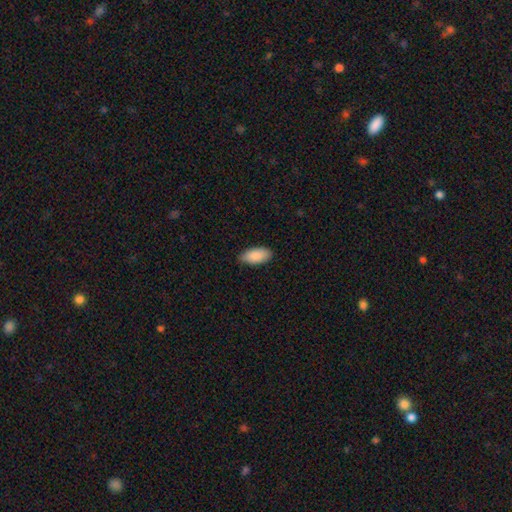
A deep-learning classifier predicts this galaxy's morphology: Smooth or featured?
  - smooth: 90% *
  - star or artifact: 6%
  - featured or disk: 5%
How rounded?
  - in between: 93% *
  - cigar-shaped: 6%
  - round: 2%
Merging?
  - none: 82% *
  - minor disturbance: 15%
  - major disturbance: 2%
  - merger: 1%